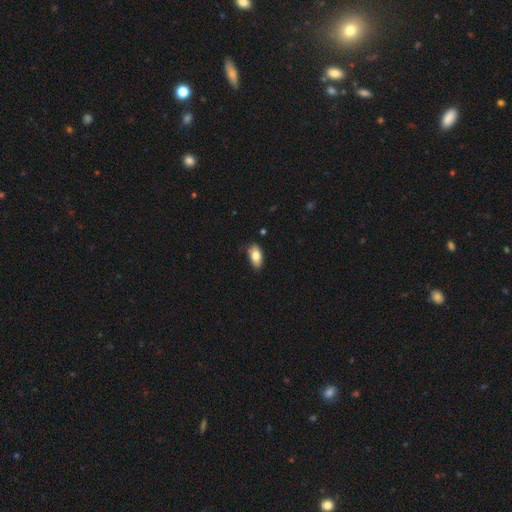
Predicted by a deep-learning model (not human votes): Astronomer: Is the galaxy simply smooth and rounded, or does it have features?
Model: smooth — 79%.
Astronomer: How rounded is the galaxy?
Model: in between — 92%.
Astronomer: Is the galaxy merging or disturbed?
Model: none — 75%.